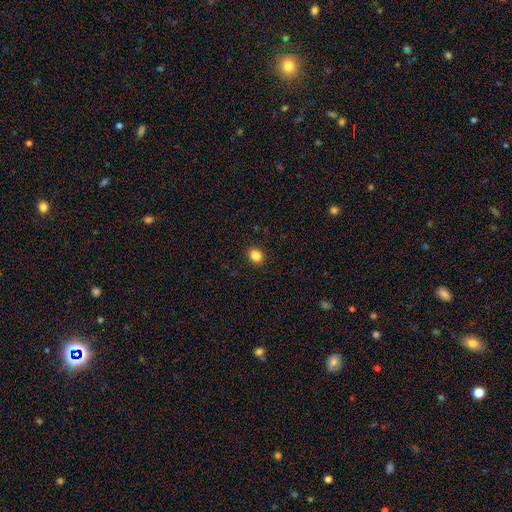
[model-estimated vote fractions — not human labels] Q: Smooth or featured?
A: smooth (85%); runner-up: star or artifact (11%)
Q: How rounded?
A: round (52%); runner-up: in between (47%)
Q: Merging?
A: none (92%); runner-up: minor disturbance (6%)